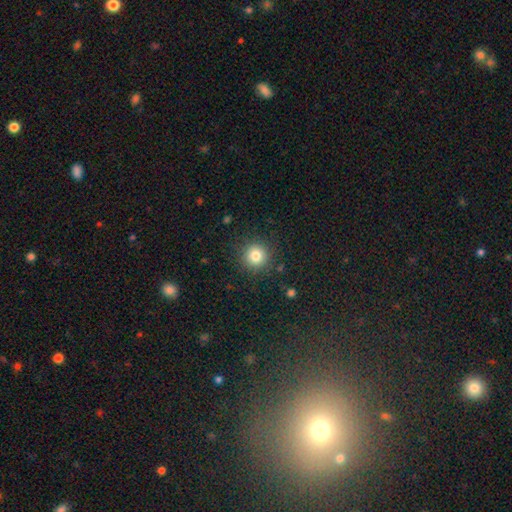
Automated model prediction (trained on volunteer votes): Morphology: type=smooth (81%); roundness=round (94%); merging=none (90%).